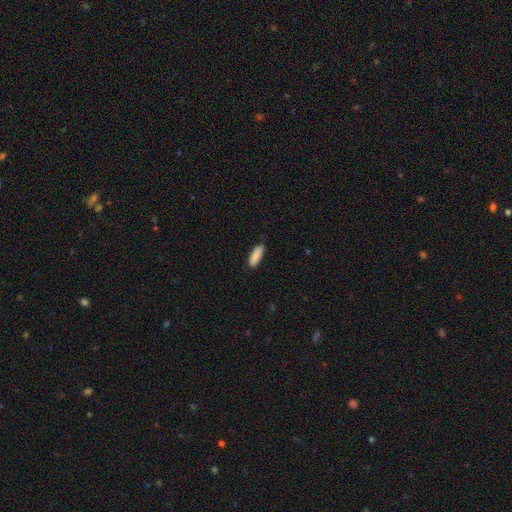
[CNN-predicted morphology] type=smooth (89%); roundness=in between (60%); merging=none (84%).